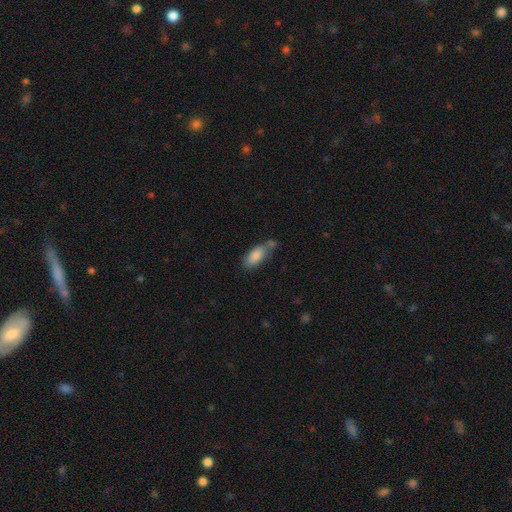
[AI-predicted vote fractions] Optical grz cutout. It shows a smooth galaxy with no disk features (85%) that is in between round and cigar-shaped (85%). Merging: none (49%).